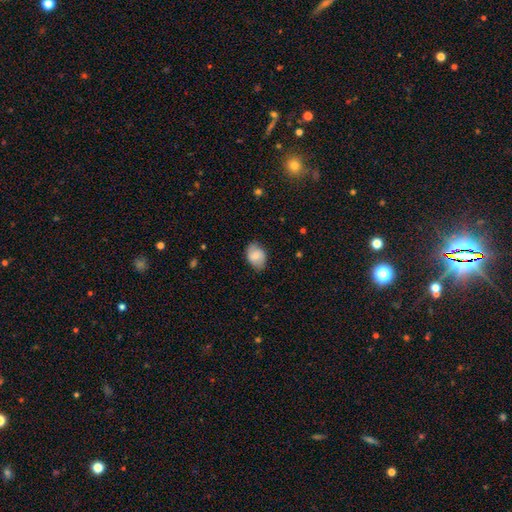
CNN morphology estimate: This appears to be a smooth galaxy with no disk features (76%) that is in between round and cigar-shaped (76%). Merging: none (76%).